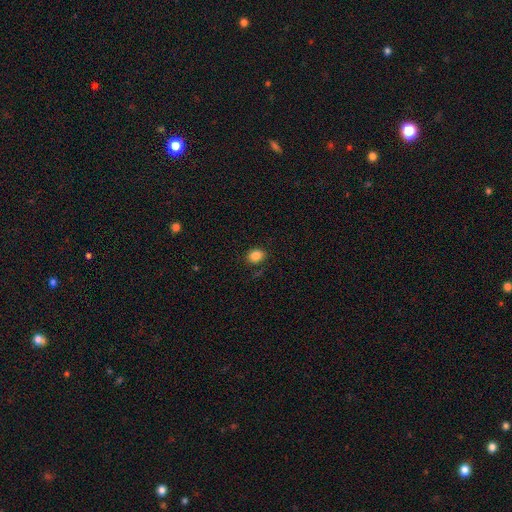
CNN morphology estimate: A smooth galaxy with no disk features (84%) that is round (58%).

Vote fractions:
- Smooth or featured? smooth: 84% / star or artifact: 11% / featured or disk: 5%
- How rounded? round: 58% / in between: 41% / cigar-shaped: 1%
- Merging? none: 85% / minor disturbance: 10% / major disturbance: 3% / merger: 2%